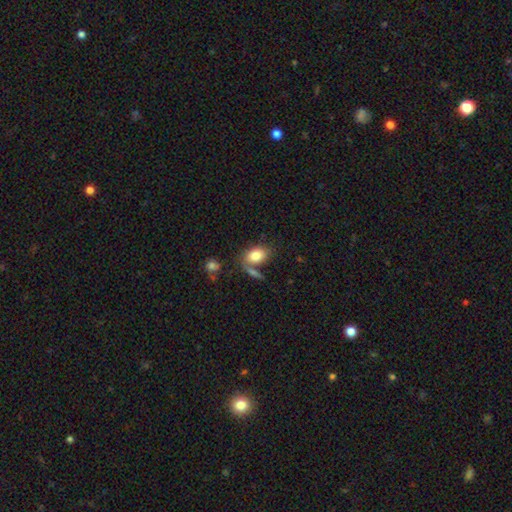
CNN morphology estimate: Q: Smooth or featured?
A: smooth (81%); runner-up: featured or disk (11%)
Q: How rounded?
A: in between (83%); runner-up: round (15%)
Q: Merging?
A: none (54%); runner-up: merger (24%)